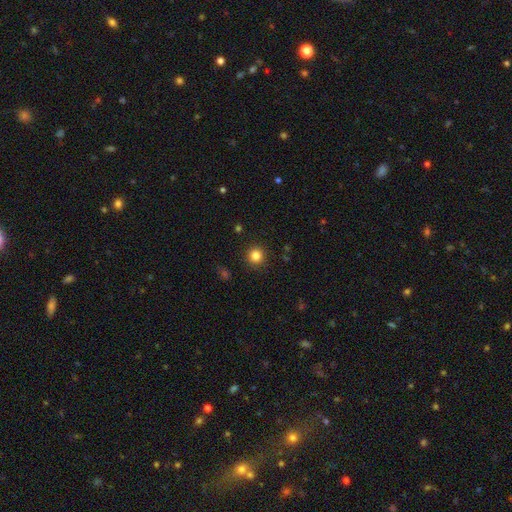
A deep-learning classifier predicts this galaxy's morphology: A smooth galaxy with no disk features (84%) that is round (94%).

Vote fractions:
- Smooth or featured? smooth: 84% / star or artifact: 12% / featured or disk: 4%
- How rounded? round: 94% / in between: 5% / cigar-shaped: 1%
- Merging? none: 92% / minor disturbance: 5% / major disturbance: 2% / merger: 1%